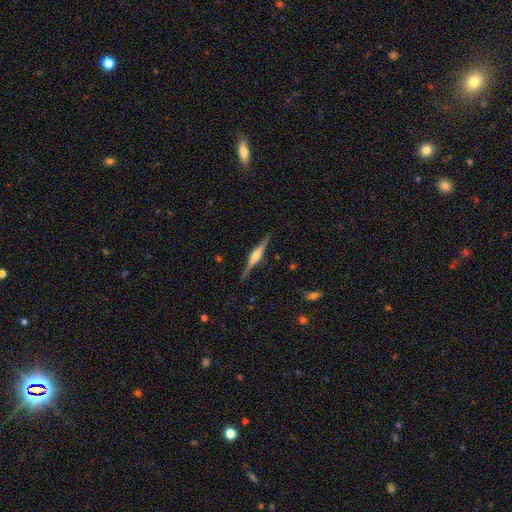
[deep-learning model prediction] This is likely a featured or disk galaxy (80%). It is clearly viewed edge-on (98%). Edge-on bulge: clearly rounded (84%). Merging: clearly none (89%).